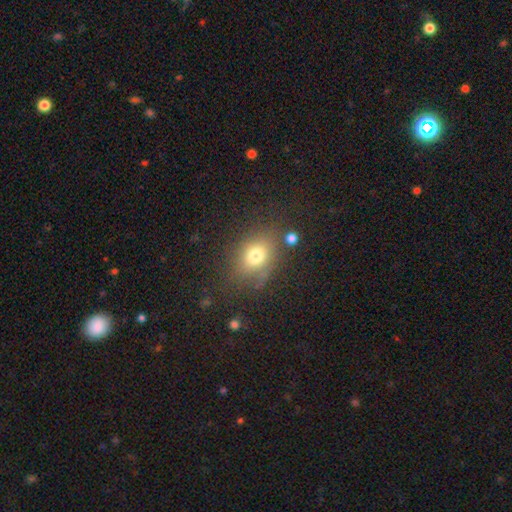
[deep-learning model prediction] The model was most divided on "how rounded": in between: 59%, round: 39%, cigar-shaped: 2%. More confident: smooth or featured — smooth (73%); merging — none (72%).